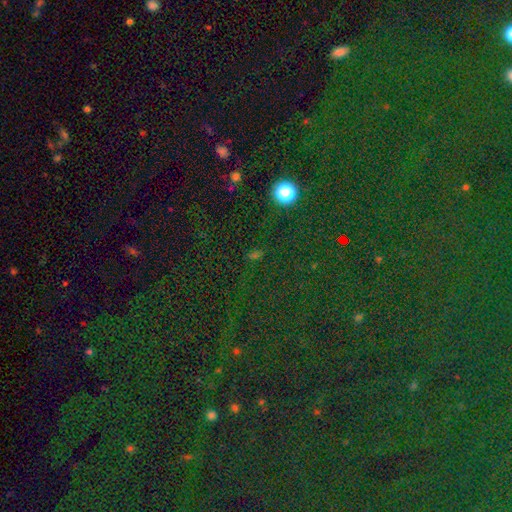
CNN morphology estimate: The model was most divided on "smooth or featured": star or artifact: 58%, smooth: 35%, featured or disk: 7%.